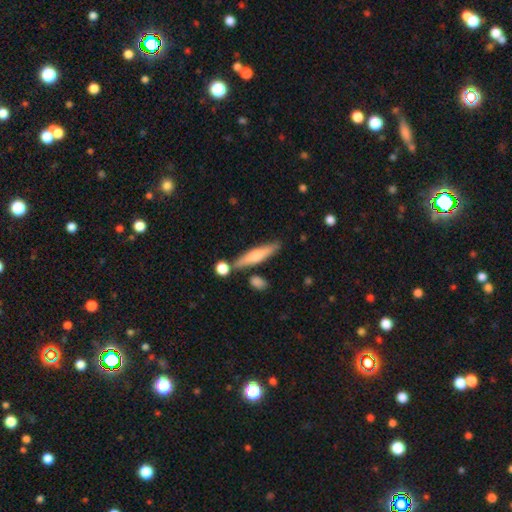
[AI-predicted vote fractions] A smooth galaxy with no disk features (55%) that is cigar-shaped (81%). Merging: none (77%).